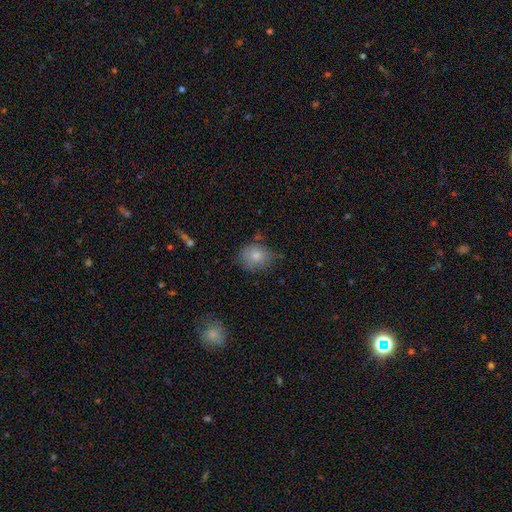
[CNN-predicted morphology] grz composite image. It shows a smooth galaxy with no disk features (81%) that is round (57%). Merging: none (63%).